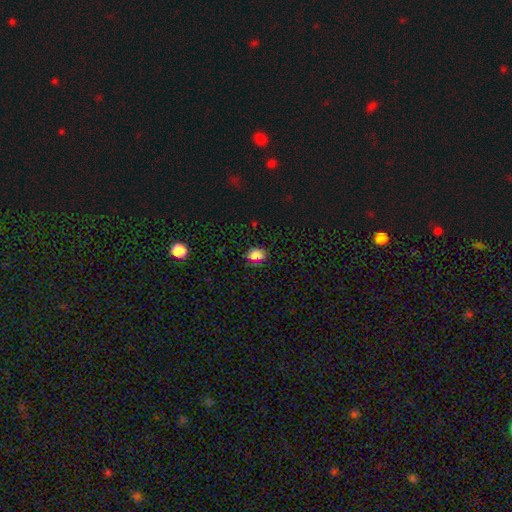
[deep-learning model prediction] Smooth or featured: smooth — 75% (star or artifact — 20%)
How rounded: in between — 56% (round — 41%)
Merging: none — 78% (minor disturbance — 16%)